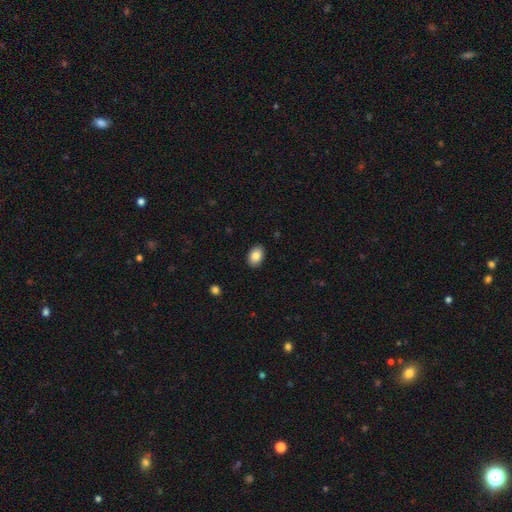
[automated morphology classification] A smooth galaxy with no disk features (85%) that is in between round and cigar-shaped (87%). Merging: none (89%).